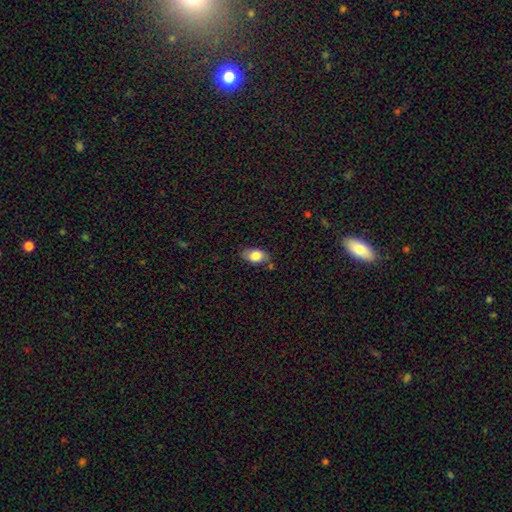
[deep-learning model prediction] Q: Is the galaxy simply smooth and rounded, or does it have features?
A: smooth — 81%.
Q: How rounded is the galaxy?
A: in between — 87%.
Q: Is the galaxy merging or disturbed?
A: none — 67%.